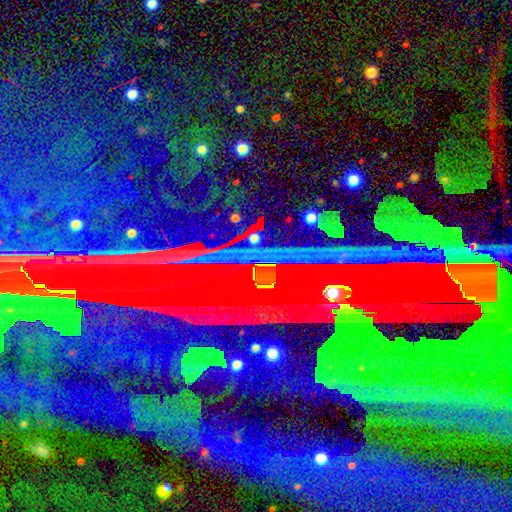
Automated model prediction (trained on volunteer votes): A star or artifact, not a galaxy (79%).

Vote fractions:
- Smooth or featured? star or artifact: 79% / featured or disk: 13% / smooth: 8%